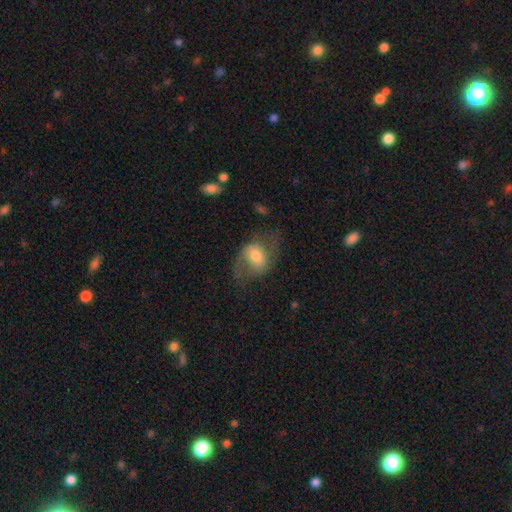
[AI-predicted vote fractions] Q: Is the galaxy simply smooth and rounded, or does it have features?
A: featured or disk — 55%.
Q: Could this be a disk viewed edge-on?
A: no — 95%.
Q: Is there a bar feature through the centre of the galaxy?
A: no — 46%.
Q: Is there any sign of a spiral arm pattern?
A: yes — 78%.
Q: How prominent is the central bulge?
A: moderate — 63%.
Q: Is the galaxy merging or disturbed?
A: none — 51%.